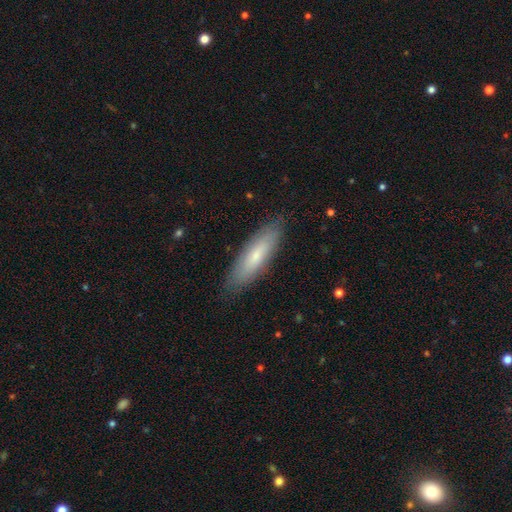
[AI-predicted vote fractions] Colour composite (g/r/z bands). It shows a smooth galaxy with no disk features (67%) that is cigar-shaped (59%). Merging: none (86%).